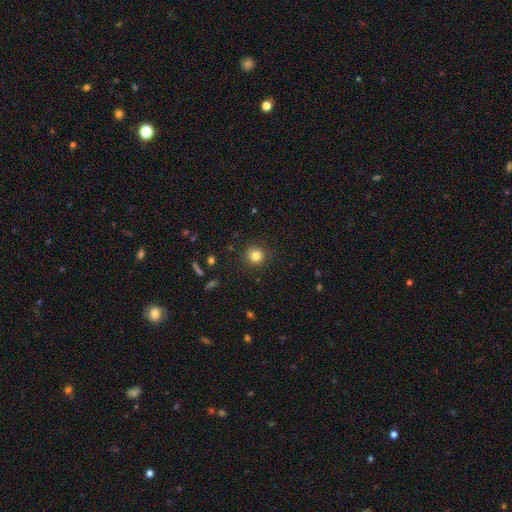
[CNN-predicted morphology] Q: Smooth or featured?
A: smooth (82%); runner-up: star or artifact (12%)
Q: How rounded?
A: round (93%); runner-up: in between (6%)
Q: Merging?
A: none (90%); runner-up: minor disturbance (6%)